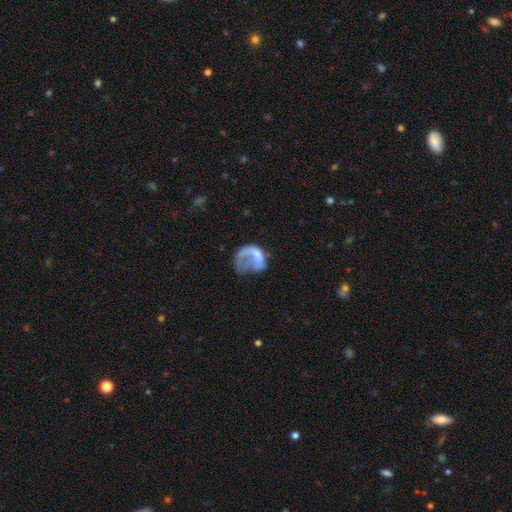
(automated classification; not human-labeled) Overall: featured or disk (49%; smooth 41%). Merging: major disturbance (57%; none 21%).